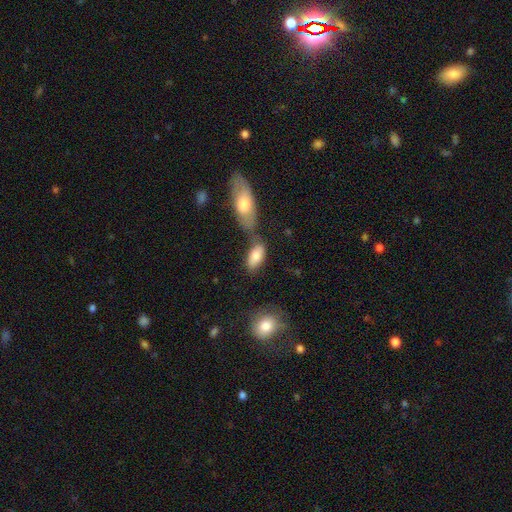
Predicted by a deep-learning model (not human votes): A smooth galaxy with no disk features (78%) that is in between round and cigar-shaped (91%). Merging: none (51%).